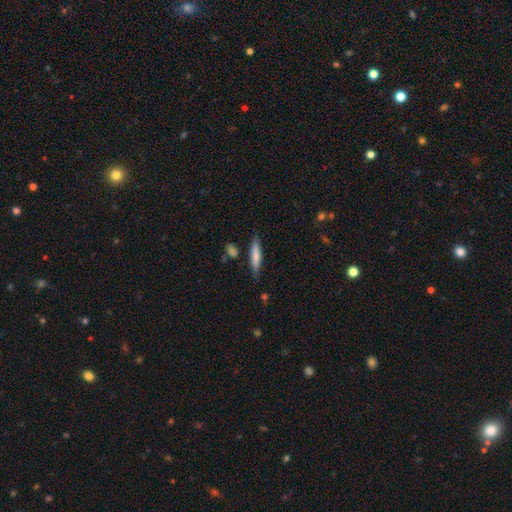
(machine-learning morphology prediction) A smooth galaxy with no disk features (70%) that is cigar-shaped (86%).

Vote fractions:
- Smooth or featured? smooth: 70% / featured or disk: 24% / star or artifact: 6%
- How rounded? cigar-shaped: 86% / in between: 12% / round: 2%
- Merging? none: 81% / minor disturbance: 13% / merger: 4% / major disturbance: 3%